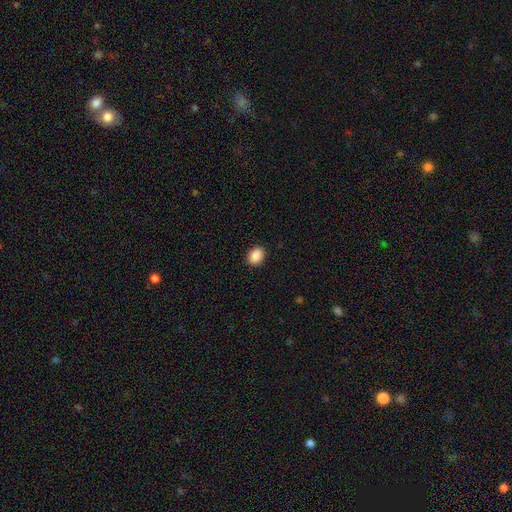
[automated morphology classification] This is clearly a smooth galaxy (89%). How rounded: likely in between (64%). Merging: clearly none (90%).